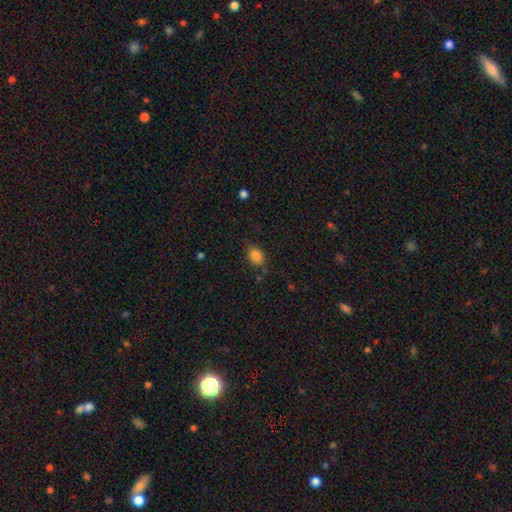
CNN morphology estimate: Q: Smooth or featured?
A: smooth (85%); runner-up: star or artifact (10%)
Q: How rounded?
A: in between (71%); runner-up: round (28%)
Q: Merging?
A: none (73%); runner-up: minor disturbance (19%)